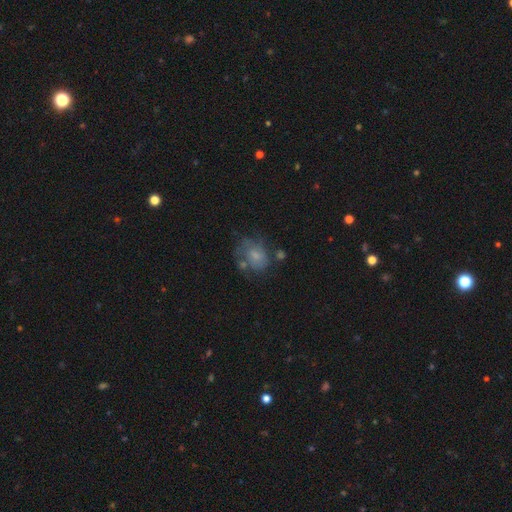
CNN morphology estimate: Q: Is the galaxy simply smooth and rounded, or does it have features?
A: smooth — 56%.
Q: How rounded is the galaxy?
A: in between — 53%.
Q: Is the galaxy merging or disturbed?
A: none — 45%.